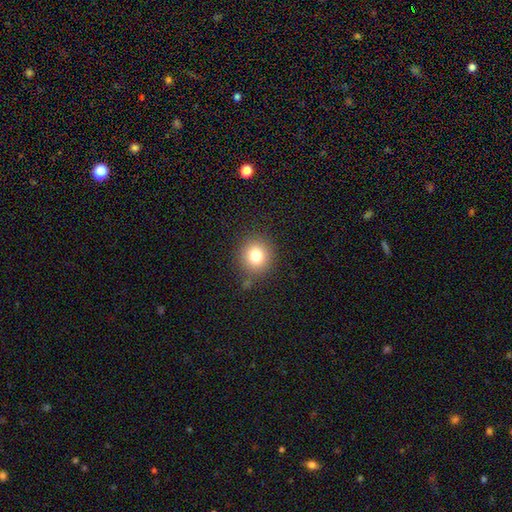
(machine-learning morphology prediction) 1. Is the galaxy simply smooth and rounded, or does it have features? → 79% smooth, 12% star or artifact, 9% featured or disk.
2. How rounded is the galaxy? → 89% round, 10% in between, 1% cigar-shaped.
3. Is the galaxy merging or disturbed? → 83% none, 11% minor disturbance, 4% major disturbance, 3% merger.